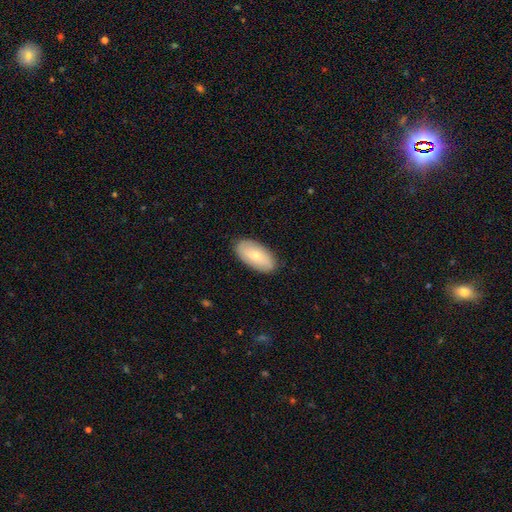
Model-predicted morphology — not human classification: This appears to be a smooth galaxy with no disk features (69%) that is in between round and cigar-shaped (94%). Merging: none (87%).